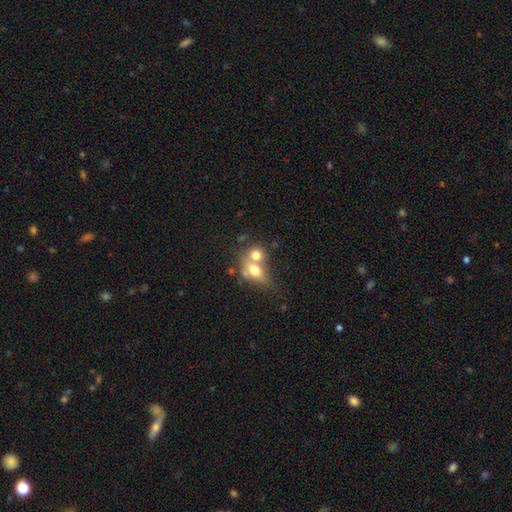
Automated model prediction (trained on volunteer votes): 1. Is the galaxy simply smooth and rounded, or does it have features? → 54% smooth, 28% featured or disk, 17% star or artifact.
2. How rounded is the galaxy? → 48% round, 46% in between, 6% cigar-shaped.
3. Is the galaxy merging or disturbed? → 63% merger, 23% none, 8% minor disturbance, 7% major disturbance.